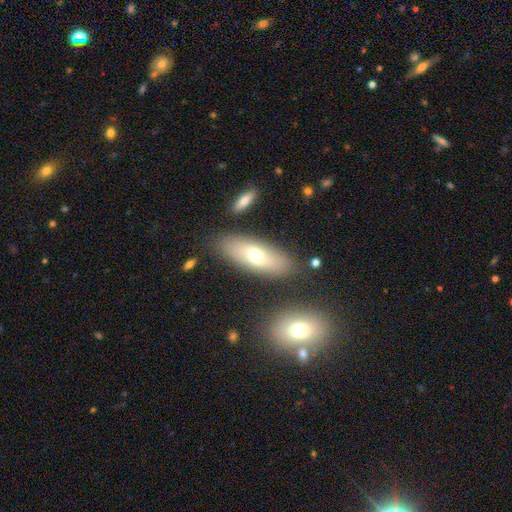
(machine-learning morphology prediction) This is likely a smooth galaxy (63%). How rounded: likely in between (71%). Merging: clearly none (81%).